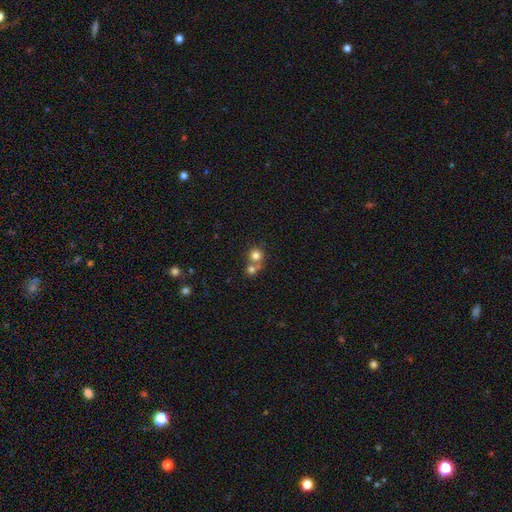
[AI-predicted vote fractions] A smooth galaxy with no disk features (77%) that is round (89%). Merging: none (47%).